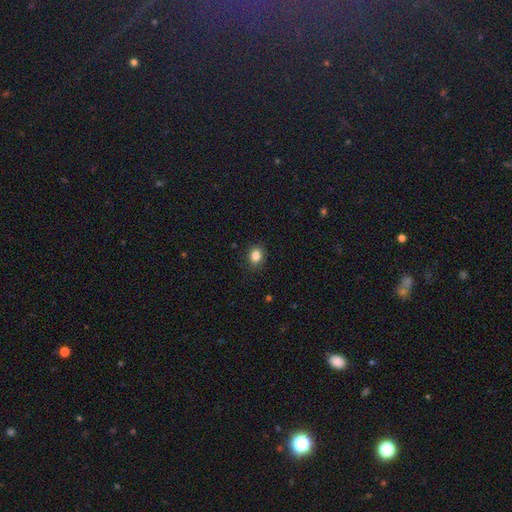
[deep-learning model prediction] Smooth or featured: smooth — 85% (star or artifact — 10%)
How rounded: in between — 50% (round — 49%)
Merging: none — 87% (minor disturbance — 9%)